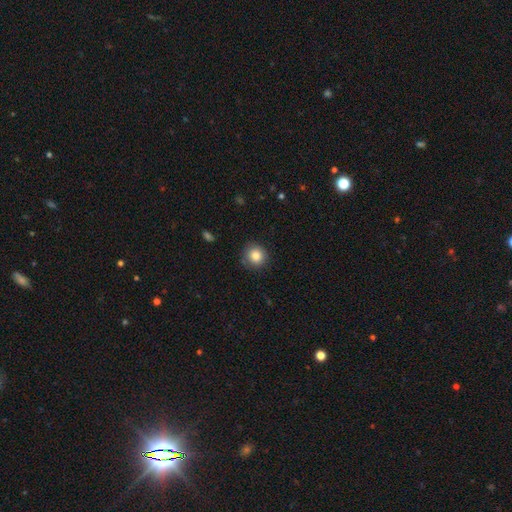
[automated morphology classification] A smooth galaxy with no disk features (84%) that is round (92%). Merging: none (85%).